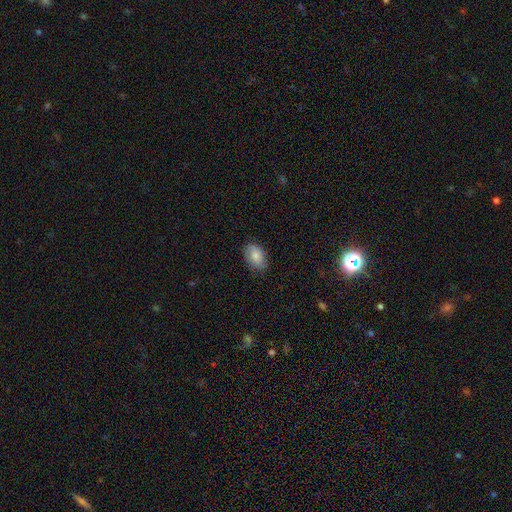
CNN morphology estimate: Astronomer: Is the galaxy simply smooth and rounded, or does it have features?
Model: smooth — 80%.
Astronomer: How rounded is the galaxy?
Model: in between — 88%.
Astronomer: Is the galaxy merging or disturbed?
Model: none — 80%.